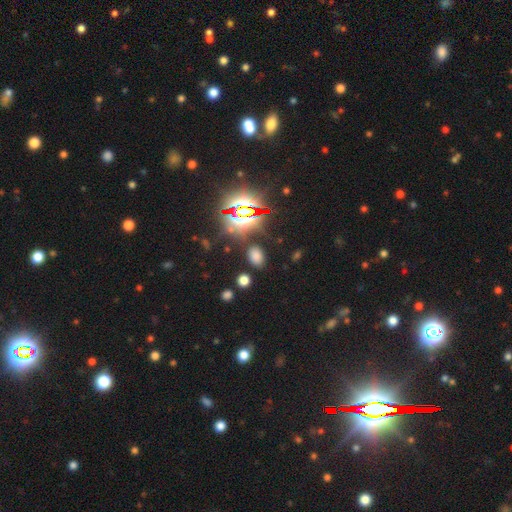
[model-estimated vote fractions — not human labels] Q: Smooth or featured?
A: smooth (64%); runner-up: star or artifact (29%)
Q: How rounded?
A: in between (80%); runner-up: round (18%)
Q: Merging?
A: none (83%); runner-up: minor disturbance (10%)